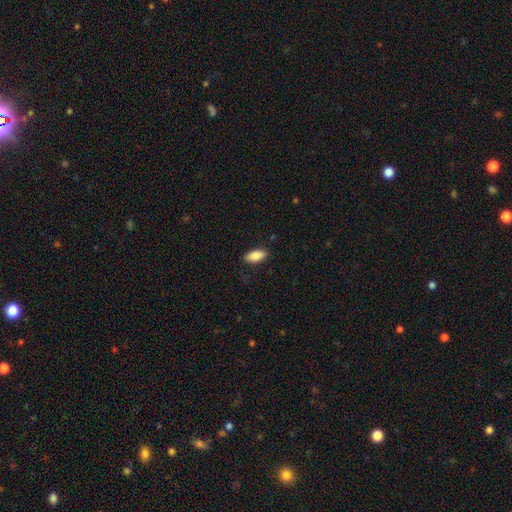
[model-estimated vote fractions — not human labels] Overall: smooth (86%). How rounded: in between (86%). Merging: none (87%).